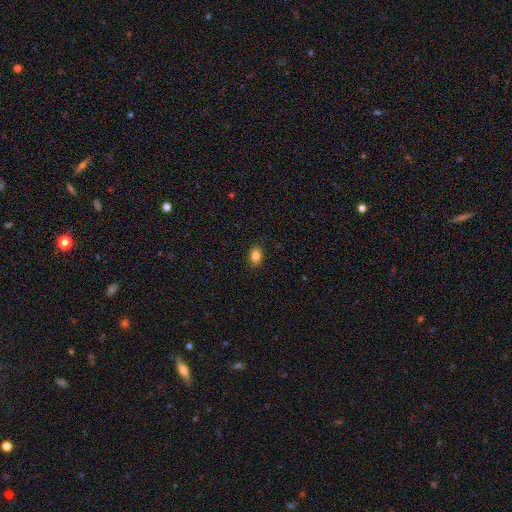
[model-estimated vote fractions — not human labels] Smooth or featured?
  - smooth: 85% *
  - star or artifact: 10%
  - featured or disk: 5%
How rounded?
  - in between: 79% *
  - round: 19%
  - cigar-shaped: 1%
Merging?
  - none: 89% *
  - minor disturbance: 8%
  - major disturbance: 2%
  - merger: 1%